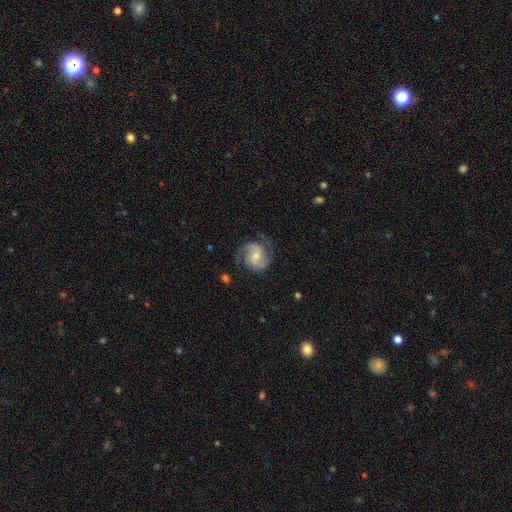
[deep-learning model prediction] Smooth or featured? featured or disk (83%)
Edge-on disk? no (98%)
Bar? no (54%)
Spiral arms? yes (96%)
Spiral winding? medium (51%)
Spiral arm count? 2 (87%)
Bulge size? small (54%)
Merging? none (74%)